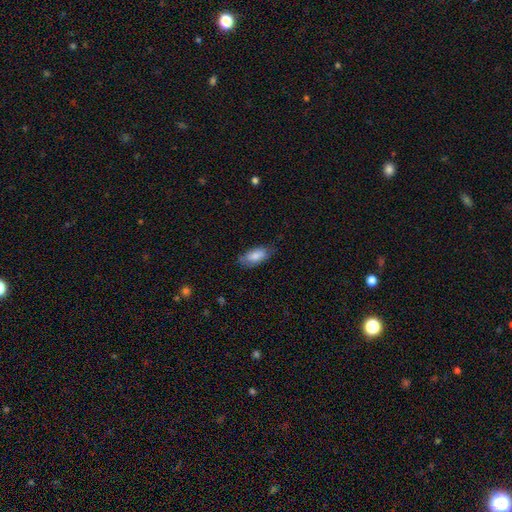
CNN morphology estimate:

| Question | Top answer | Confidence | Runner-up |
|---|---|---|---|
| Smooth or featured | smooth | 78% | featured or disk (16%) |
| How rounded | in between | 88% | cigar-shaped (10%) |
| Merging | none | 67% | minor disturbance (26%) |